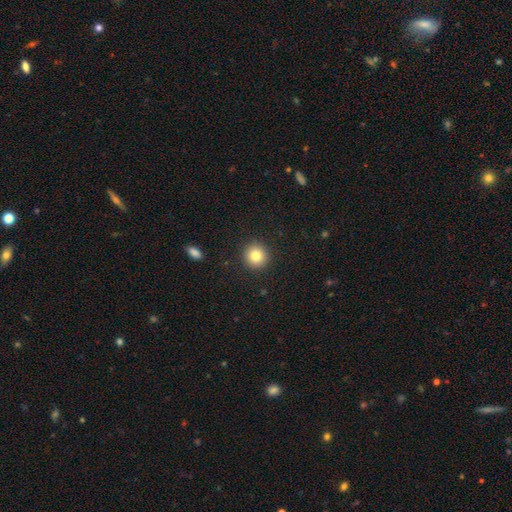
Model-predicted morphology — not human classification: The model was most divided on "smooth or featured": smooth: 81%, star or artifact: 11%, featured or disk: 8%. More confident: how rounded — round (94%); merging — none (92%).